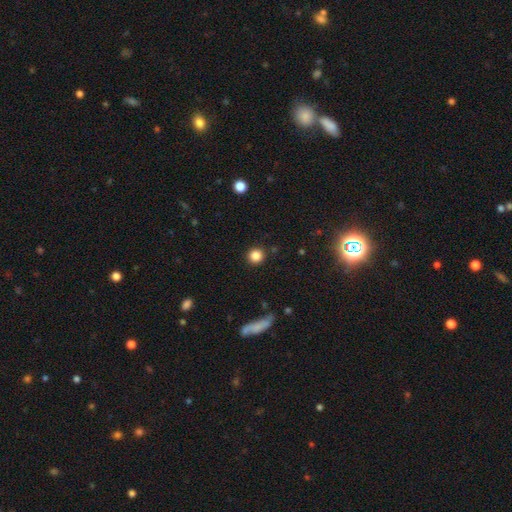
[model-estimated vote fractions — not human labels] Smooth or featured? Predicted: smooth (p=0.85). How rounded? Predicted: round (p=0.93). Merging? Predicted: none (p=0.90).